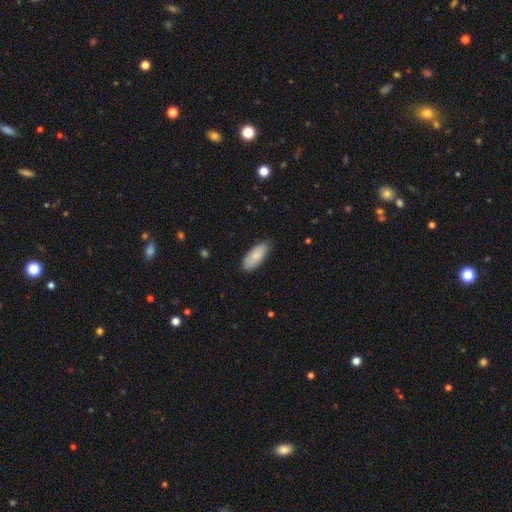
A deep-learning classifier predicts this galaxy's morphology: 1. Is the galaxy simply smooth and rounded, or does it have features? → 84% smooth, 10% featured or disk, 6% star or artifact.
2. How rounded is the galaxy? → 88% in between, 11% cigar-shaped, 2% round.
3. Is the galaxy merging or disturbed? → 82% none, 15% minor disturbance, 2% major disturbance, 1% merger.